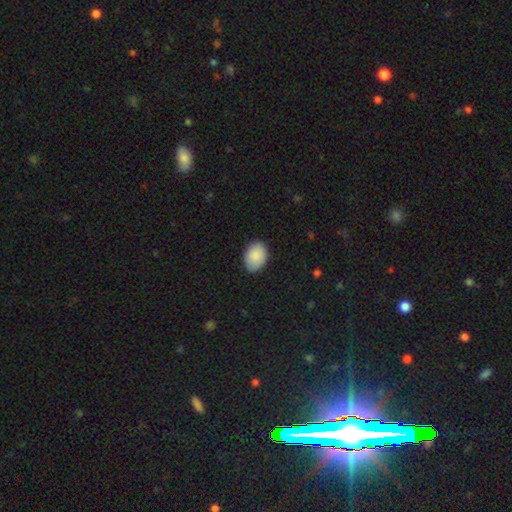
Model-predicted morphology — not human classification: Smooth or featured? smooth (90%)
How rounded? in between (80%)
Merging? none (86%)